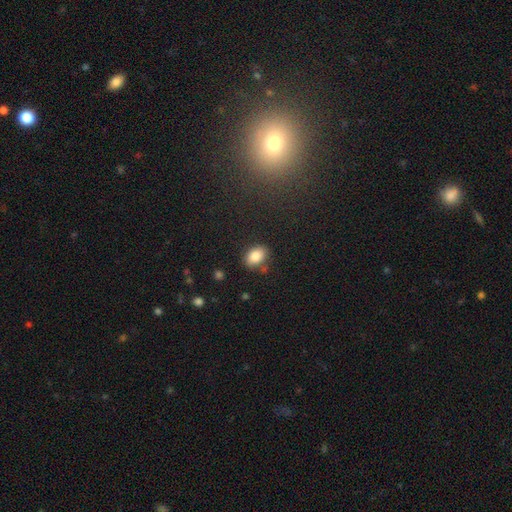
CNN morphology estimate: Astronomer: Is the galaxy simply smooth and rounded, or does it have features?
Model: smooth — 86%.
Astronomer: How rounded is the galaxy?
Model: in between — 80%.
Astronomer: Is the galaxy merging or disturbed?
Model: none — 80%.